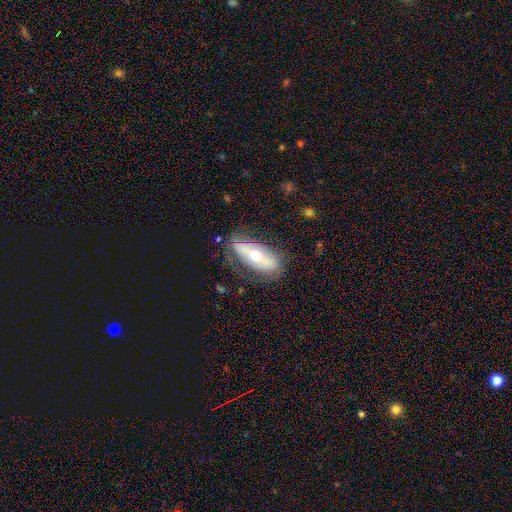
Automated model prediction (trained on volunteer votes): Smooth or featured?
  - featured or disk: 53% *
  - smooth: 40%
  - star or artifact: 7%
Edge-on disk?
  - no: 70% *
  - yes: 30%
Merging?
  - none: 69% *
  - minor disturbance: 20%
  - major disturbance: 9%
  - merger: 2%